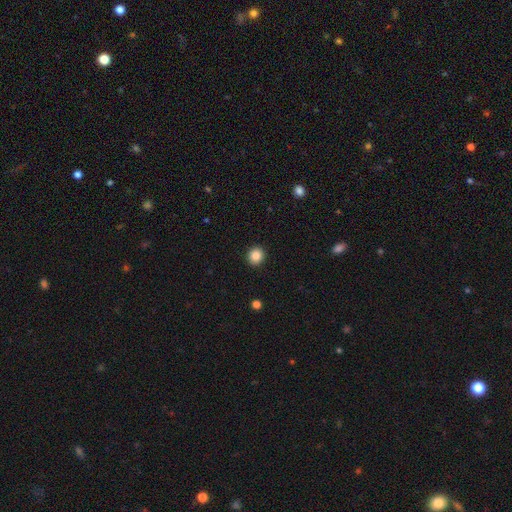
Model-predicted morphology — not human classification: This is clearly a smooth galaxy (86%). How rounded: clearly round (89%). Merging: clearly none (93%).